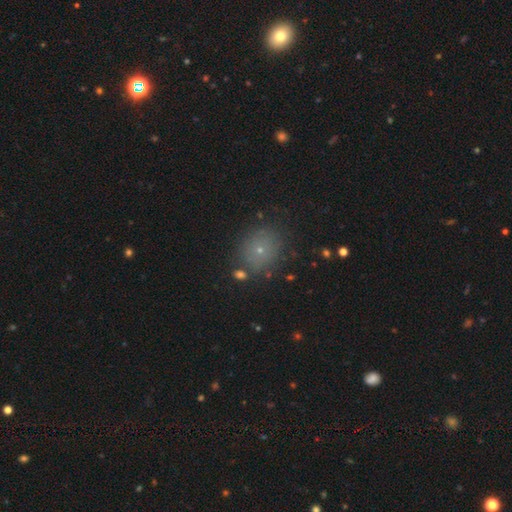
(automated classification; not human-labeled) smooth 62%, star or artifact 25%, featured or disk 13%. Down the decision tree: how rounded — round (77%); merging — none (84%).